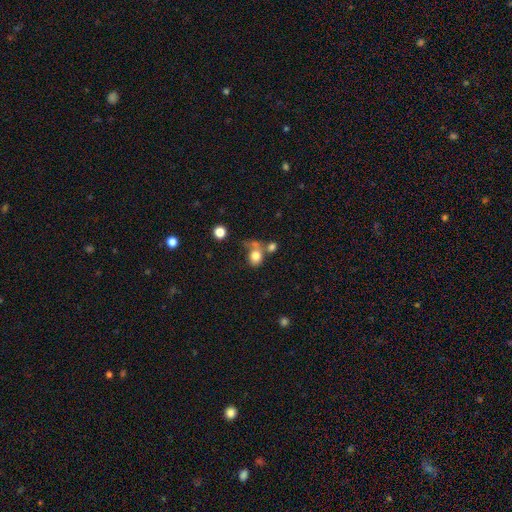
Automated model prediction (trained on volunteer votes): smooth 76%, featured or disk 14%, star or artifact 10%. Down the decision tree: how rounded — round (57%); merging — none (33%).